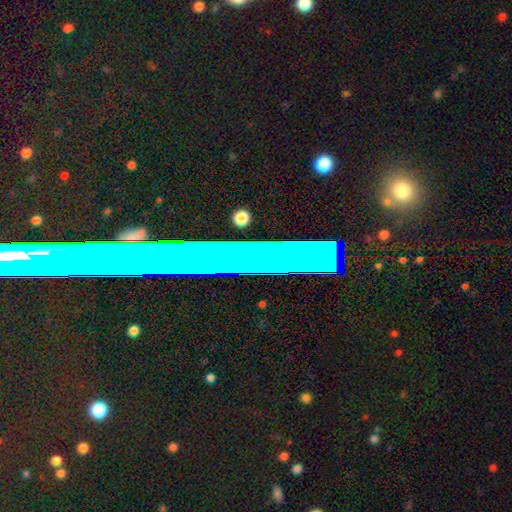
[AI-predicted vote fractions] star or artifact 60%, featured or disk 23%, smooth 17%.